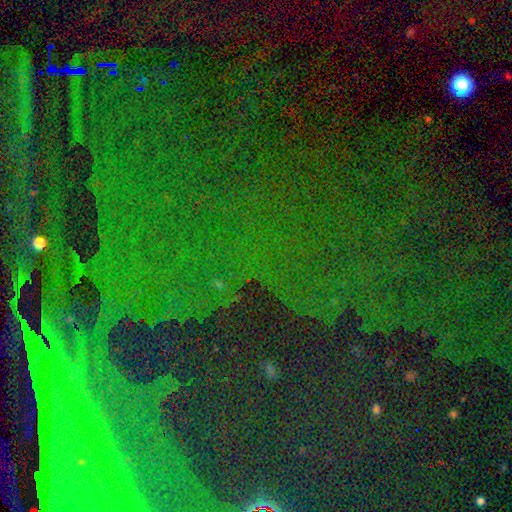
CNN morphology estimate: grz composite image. It shows a star or artifact, not a galaxy (82%).